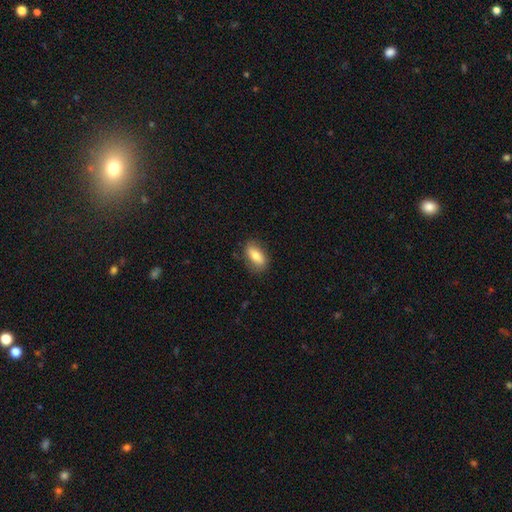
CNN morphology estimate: Smooth or featured? smooth (73%)
How rounded? in between (85%)
Merging? none (78%)